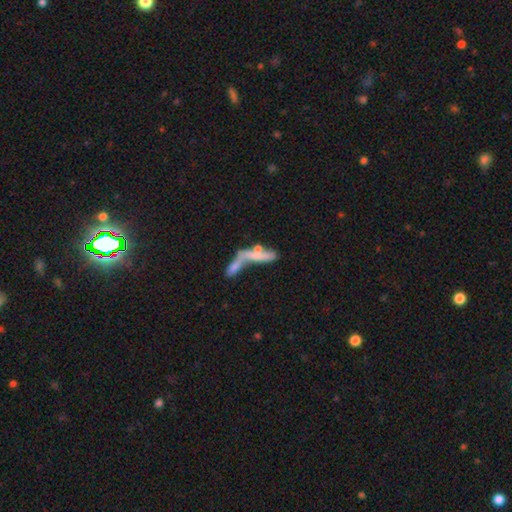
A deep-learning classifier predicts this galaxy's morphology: smooth 53%, featured or disk 36%, star or artifact 11%. Down the decision tree: how rounded — cigar-shaped (72%); merging — merger (64%).